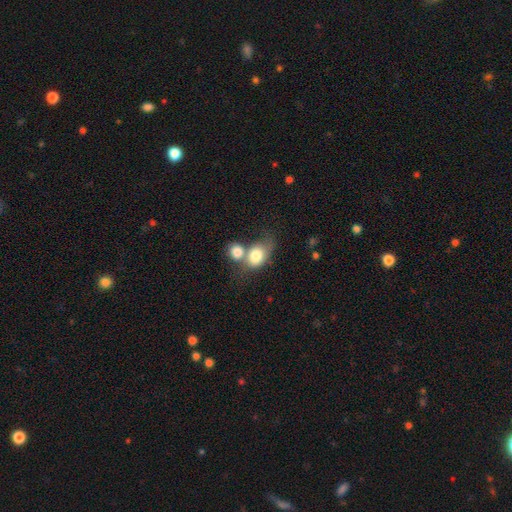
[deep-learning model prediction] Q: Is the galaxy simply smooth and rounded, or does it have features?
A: smooth — 78%.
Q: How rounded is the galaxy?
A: in between — 59%.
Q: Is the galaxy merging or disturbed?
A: merger — 64%.